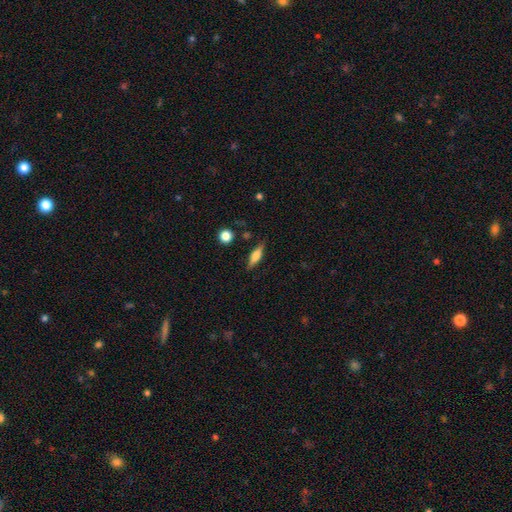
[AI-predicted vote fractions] A smooth galaxy with no disk features (55%) that is cigar-shaped (54%). Merging: none (83%).